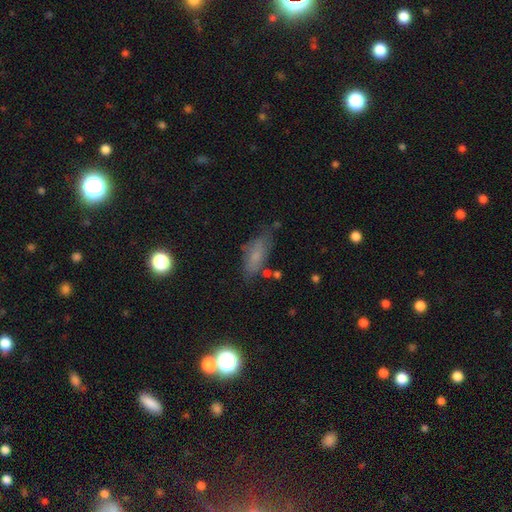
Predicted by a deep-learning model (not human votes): Smooth or featured?
  - smooth: 61% *
  - featured or disk: 25%
  - star or artifact: 14%
How rounded?
  - in between: 72% *
  - cigar-shaped: 23%
  - round: 5%
Merging?
  - none: 65% *
  - minor disturbance: 23%
  - major disturbance: 8%
  - merger: 5%